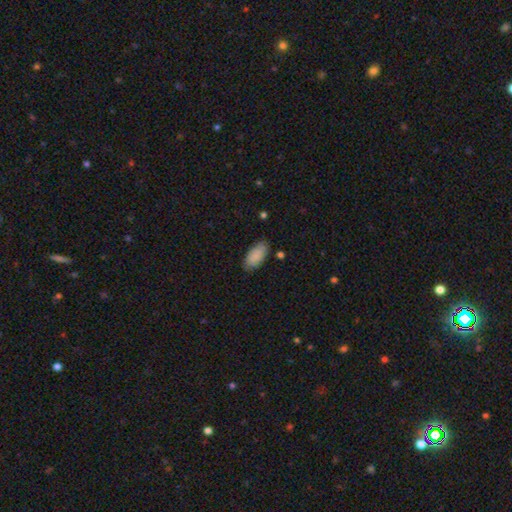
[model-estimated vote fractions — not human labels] smooth-or-featured: smooth: 87% | featured or disk: 7% | star or artifact: 6%
  how-rounded: in between: 92% | cigar-shaped: 5% | round: 2%
  merging: none: 77% | minor disturbance: 18% | major disturbance: 3% | merger: 2%